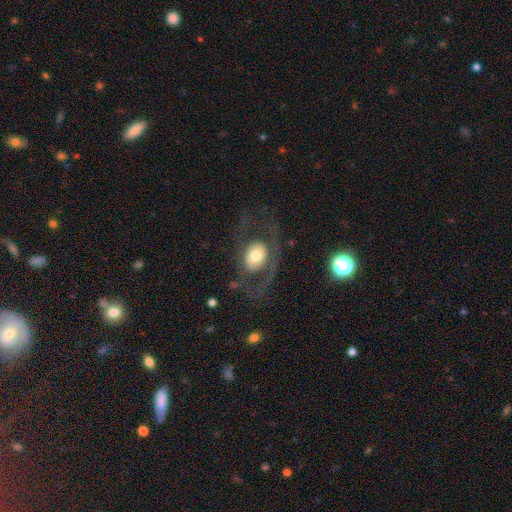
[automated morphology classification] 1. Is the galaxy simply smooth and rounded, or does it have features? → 52% featured or disk, 41% smooth, 7% star or artifact.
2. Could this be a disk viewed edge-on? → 92% no, 8% yes.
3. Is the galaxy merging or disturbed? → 53% none, 30% major disturbance, 15% minor disturbance, 2% merger.